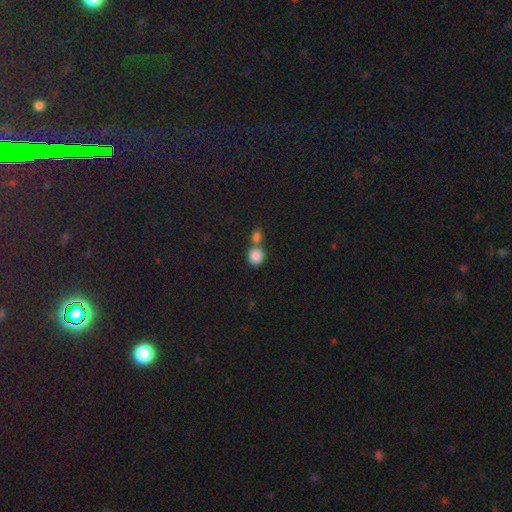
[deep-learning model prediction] A smooth galaxy with no disk features (85%) that is round (81%). Merging: merger (47%).